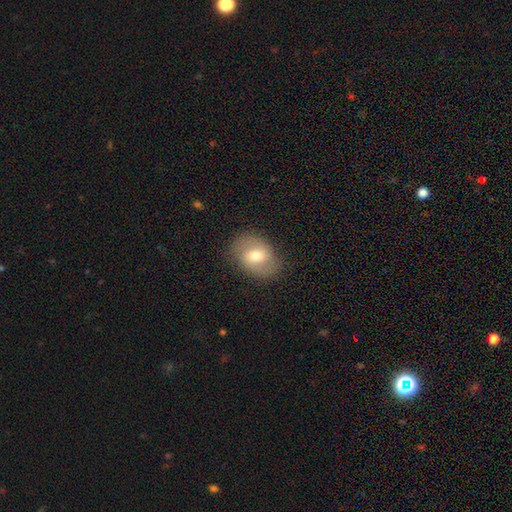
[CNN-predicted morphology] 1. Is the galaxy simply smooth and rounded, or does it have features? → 47% smooth, 45% featured or disk, 8% star or artifact.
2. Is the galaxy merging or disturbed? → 80% none, 14% minor disturbance, 5% major disturbance, 1% merger.